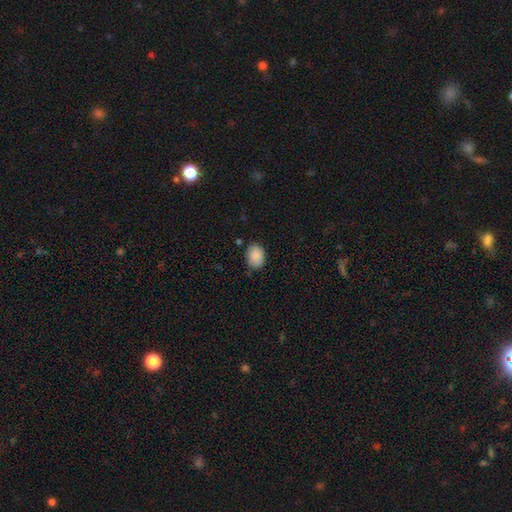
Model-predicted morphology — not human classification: Smooth or featured? smooth (89%)
How rounded? in between (71%)
Merging? none (74%)